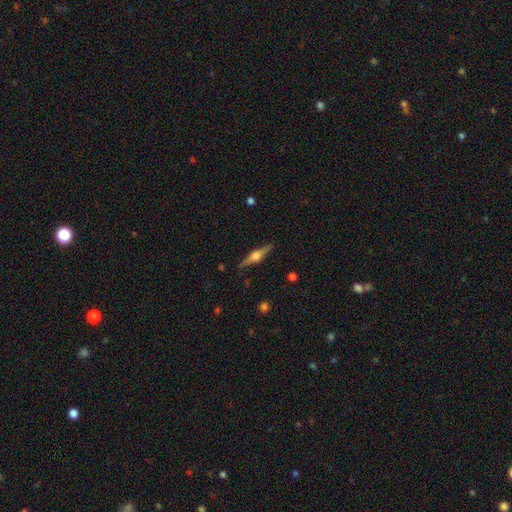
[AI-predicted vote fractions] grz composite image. It shows a featured or disk galaxy (75%) viewed edge-on (98%) with a rounded central bulge (92%). Merging: none (88%).